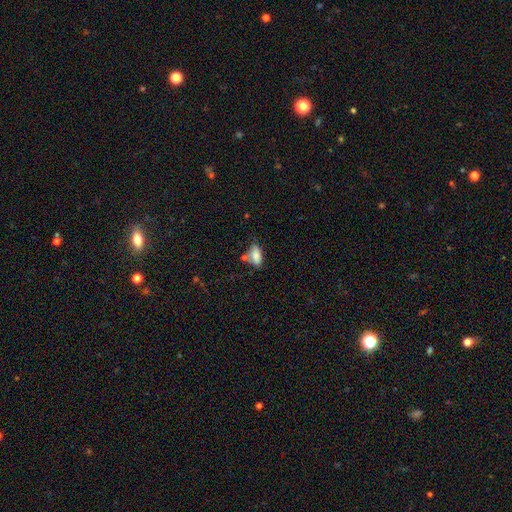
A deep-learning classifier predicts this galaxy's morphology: Overall: smooth (82%). How rounded: in between (91%). Merging: none (51%; minor disturbance 27%).